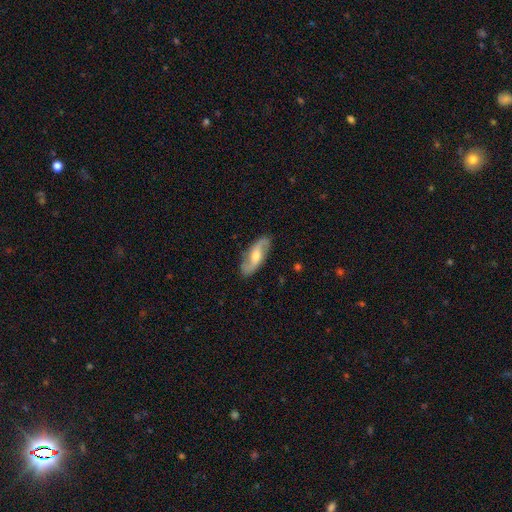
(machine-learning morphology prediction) smooth-or-featured: featured or disk: 72% | smooth: 23% | star or artifact: 5%
  disk-edge-on: no: 90% | yes: 10%
    bar: no: 44% | weak: 41% | strong: 15%
    has-spiral-arms: yes: 92% | no: 8%
      spiral-winding: loose: 57% | medium: 32% | tight: 12%
      spiral-arm-count: 2: 91% | can't tell: 4% | 1: 2% | 3: 1% | 4: 1% | more than 4: 1%
    bulge-size: moderate: 65% | small: 24% | large: 8% | none: 3% | dominant: 1%
  merging: none: 85% | minor disturbance: 11% | major disturbance: 3% | merger: 1%